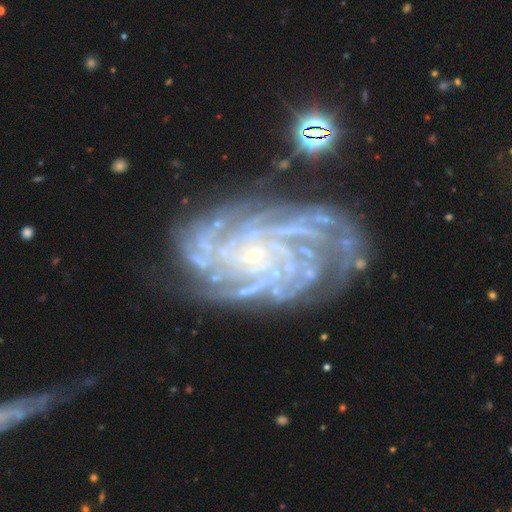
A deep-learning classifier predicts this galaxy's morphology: Smooth or featured? Predicted: featured or disk (p=0.91). Edge-on disk? Predicted: no (p=0.98). Bar? Predicted: no (p=0.73). Spiral arms? Predicted: yes (p=0.98). Spiral winding? Predicted: tight (p=0.77). Spiral arm count? Predicted: more than 4 (p=0.37). Bulge size? Predicted: small (p=0.86). Merging? Predicted: none (p=0.74).